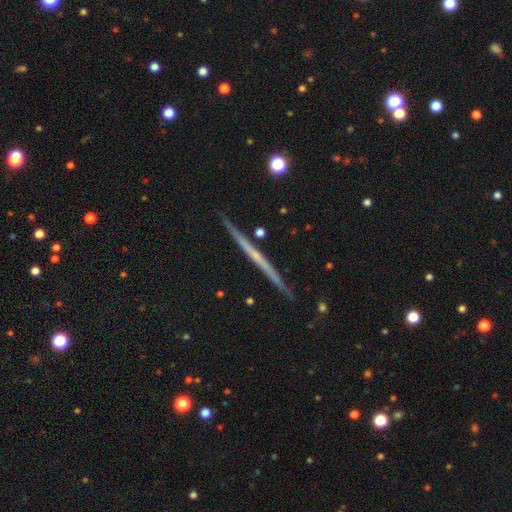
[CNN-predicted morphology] Q: Smooth or featured?
A: featured or disk (70%); runner-up: smooth (25%)
Q: Edge-on disk?
A: yes (98%); runner-up: no (2%)
Q: Edge-on bulge?
A: none (82%); runner-up: rounded (14%)
Q: Merging?
A: none (91%); runner-up: minor disturbance (7%)